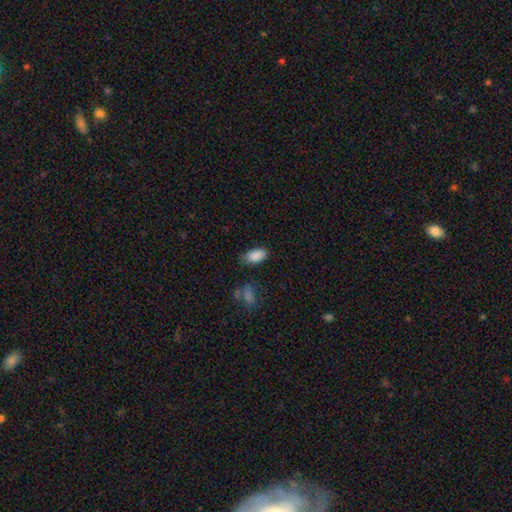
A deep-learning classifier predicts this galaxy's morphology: Overall: smooth (88%). How rounded: in between (94%). Merging: none (74%).